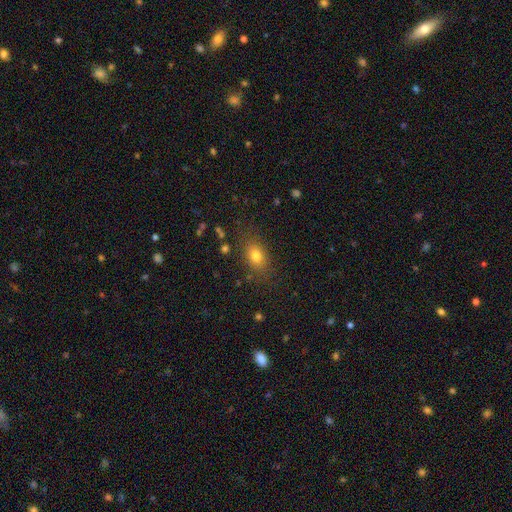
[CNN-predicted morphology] Smooth or featured? smooth (78%)
How rounded? in between (73%)
Merging? none (79%)